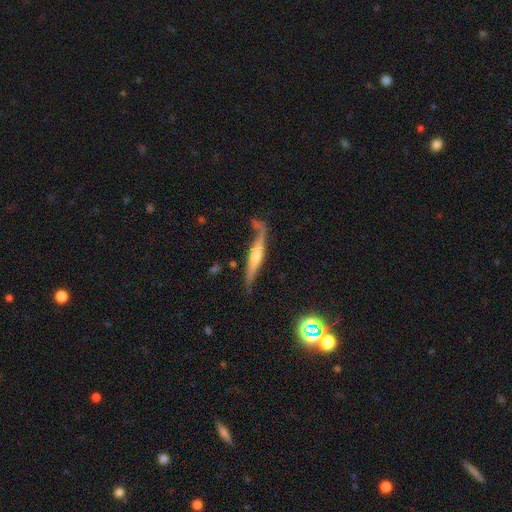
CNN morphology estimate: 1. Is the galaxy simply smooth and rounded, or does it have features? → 69% featured or disk, 24% smooth, 7% star or artifact.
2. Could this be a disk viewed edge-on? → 89% yes, 11% no.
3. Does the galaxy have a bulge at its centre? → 82% rounded, 10% none, 8% boxy.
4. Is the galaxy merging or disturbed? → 61% none, 23% minor disturbance, 9% major disturbance, 7% merger.